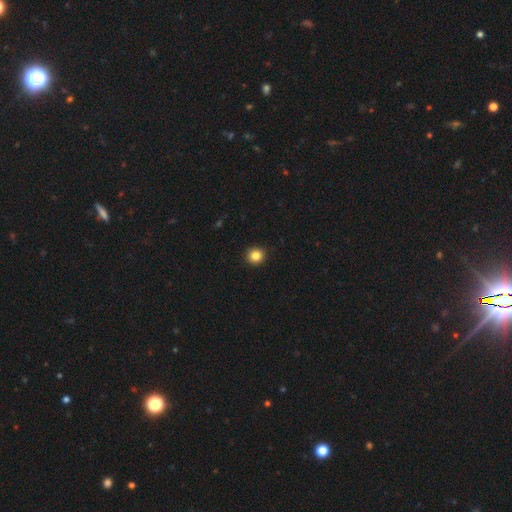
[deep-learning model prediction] Smooth or featured? smooth (84%)
How rounded? round (91%)
Merging? none (93%)